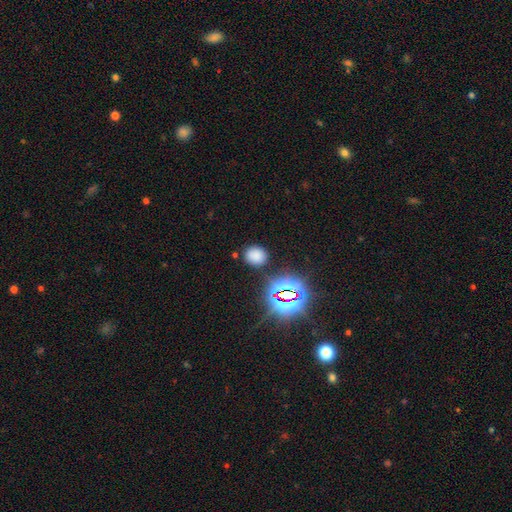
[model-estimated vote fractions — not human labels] This appears to be a smooth galaxy with no disk features (72%) that is round (73%). Merging: none (83%).